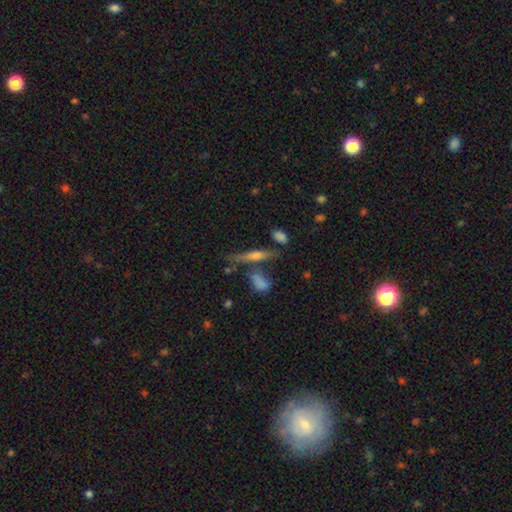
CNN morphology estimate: This is possibly a featured or disk galaxy (57%). It is clearly viewed edge-on (92%). Edge-on bulge: likely rounded (76%). Merging: likely none (69%).